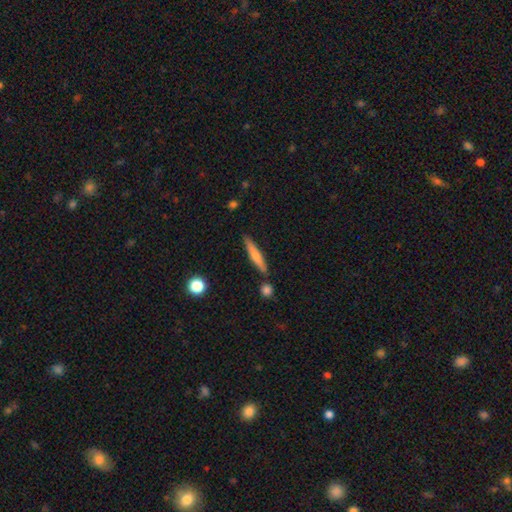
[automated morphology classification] A smooth galaxy with no disk features (61%) that is cigar-shaped (92%).

Vote fractions:
- Smooth or featured? smooth: 61% / featured or disk: 33% / star or artifact: 6%
- How rounded? cigar-shaped: 92% / in between: 7% / round: 2%
- Merging? none: 83% / minor disturbance: 10% / merger: 5% / major disturbance: 2%